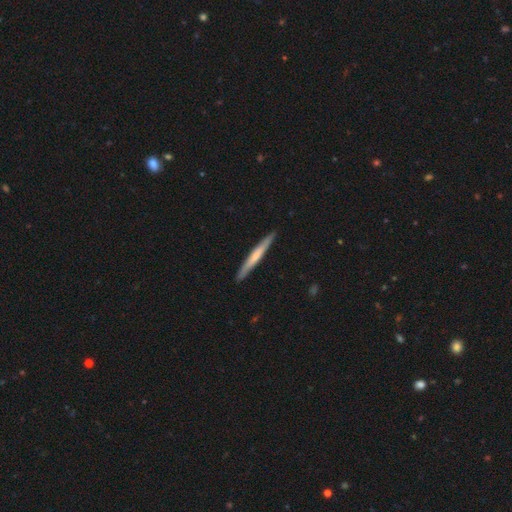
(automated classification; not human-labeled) Smooth or featured: smooth — 51% (featured or disk — 44%)
How rounded: cigar-shaped — 97% (in between — 2%)
Merging: none — 91% (minor disturbance — 6%)